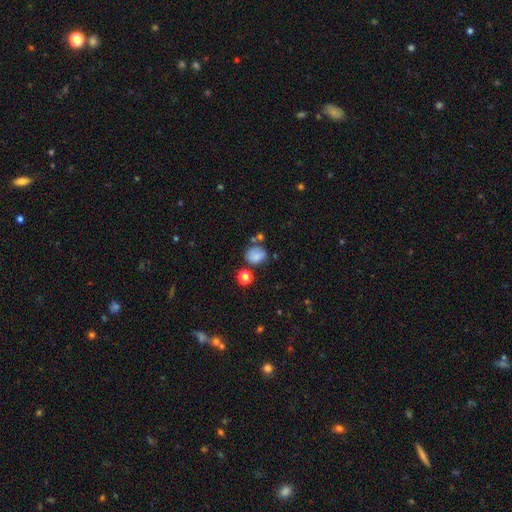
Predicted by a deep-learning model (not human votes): Morphology: type=smooth (78%); roundness=round (58%); merging=none (57%).